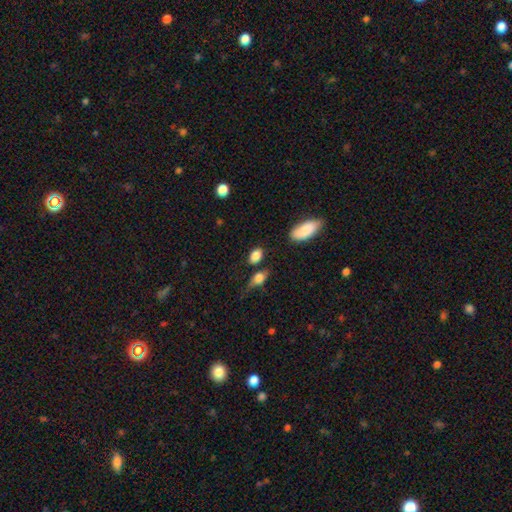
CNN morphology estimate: smooth_or_featured: smooth (p=0.86) [alt: star or artifact p=0.09]
how_rounded: in between (p=0.81) [alt: round p=0.16]
merging: none (p=0.69) [alt: minor disturbance p=0.16]